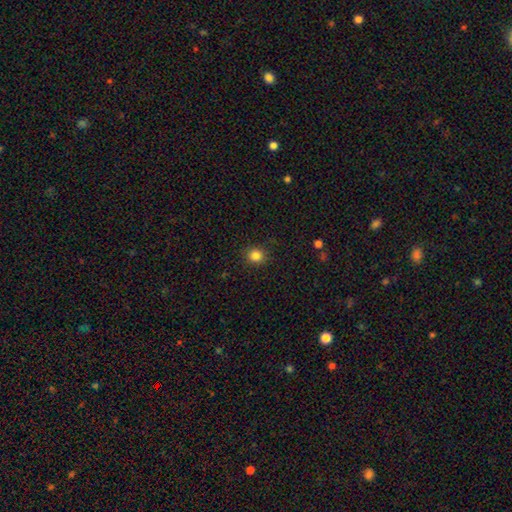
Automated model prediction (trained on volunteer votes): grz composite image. It shows a smooth galaxy with no disk features (84%) that is round (89%). Merging: none (90%).